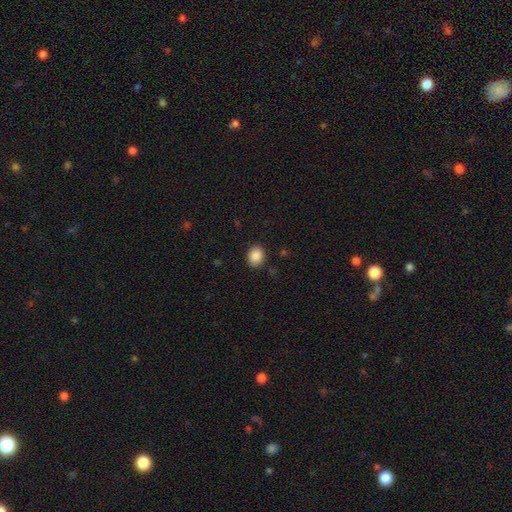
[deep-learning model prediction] Smooth or featured?
  - smooth: 89% *
  - star or artifact: 8%
  - featured or disk: 3%
How rounded?
  - round: 51% *
  - in between: 48%
  - cigar-shaped: 1%
Merging?
  - none: 88% *
  - minor disturbance: 8%
  - major disturbance: 2%
  - merger: 1%